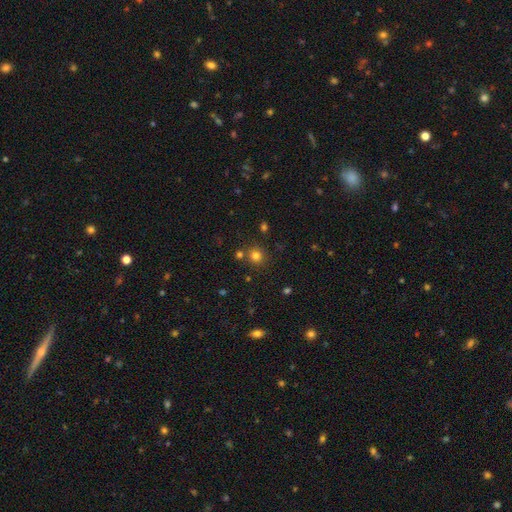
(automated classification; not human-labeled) This is likely a smooth galaxy (77%). How rounded: clearly round (90%). Merging: likely none (79%).